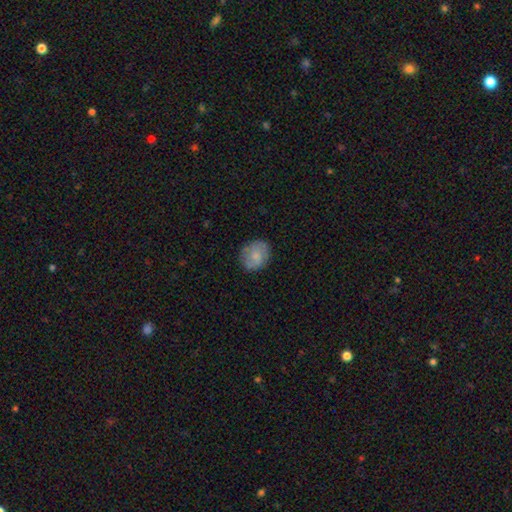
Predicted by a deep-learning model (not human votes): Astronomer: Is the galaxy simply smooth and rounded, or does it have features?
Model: smooth — 73%.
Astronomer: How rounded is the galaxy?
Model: round — 68%.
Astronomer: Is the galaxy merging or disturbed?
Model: none — 80%.